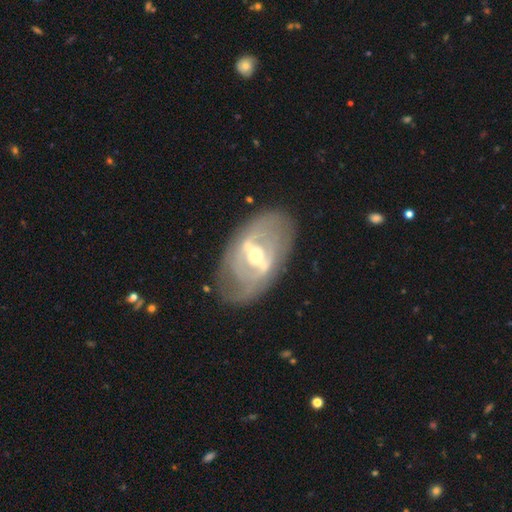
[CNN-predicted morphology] Smooth or featured? Predicted: featured or disk (p=0.83). Edge-on disk? Predicted: no (p=0.92). Bar? Predicted: strong (p=0.65). Spiral arms? Predicted: yes (p=0.64). Bulge size? Predicted: moderate (p=0.63). Merging? Predicted: none (p=0.77).